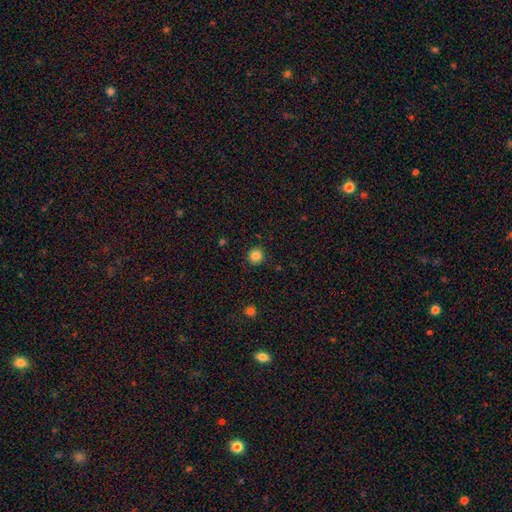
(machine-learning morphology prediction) The model was most divided on "smooth or featured": smooth: 84%, star or artifact: 11%, featured or disk: 4%. More confident: how rounded — round (94%); merging — none (91%).